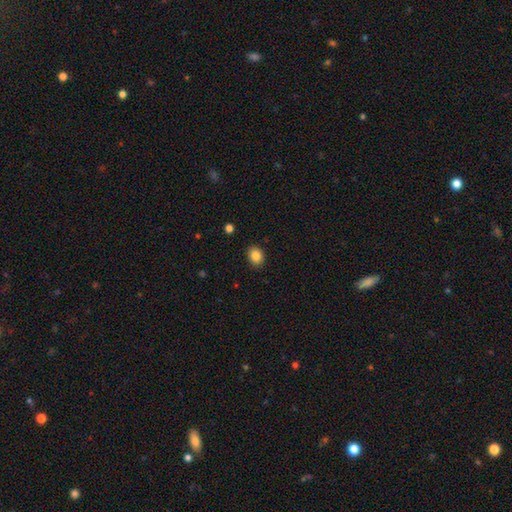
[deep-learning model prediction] smooth 85%, star or artifact 10%, featured or disk 5%. Down the decision tree: how rounded — round (54%); merging — none (89%).